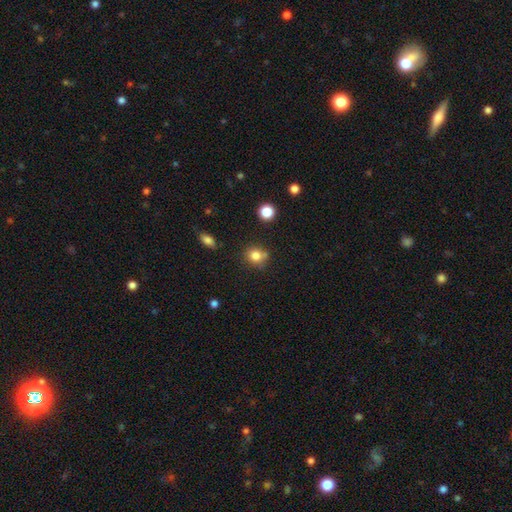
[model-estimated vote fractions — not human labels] This appears to be a smooth galaxy with no disk features (80%) that is round (76%). Merging: none (67%).